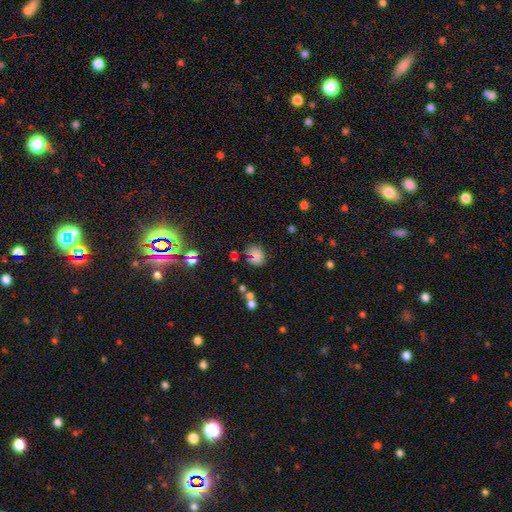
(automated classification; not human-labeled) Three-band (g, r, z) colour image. It shows a smooth galaxy with no disk features (60%) that is round (68%). Merging: none (63%).